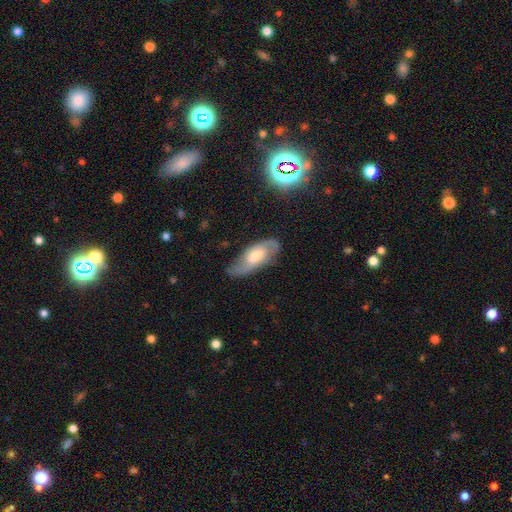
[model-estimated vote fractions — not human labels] Smooth or featured: featured or disk — 59% (smooth — 34%)
Edge-on disk: no — 85% (yes — 15%)
Bar: no — 57% (weak — 35%)
Spiral arms: yes — 81% (no — 19%)
Bulge size: moderate — 63% (large — 20%)
Merging: none — 62% (minor disturbance — 26%)